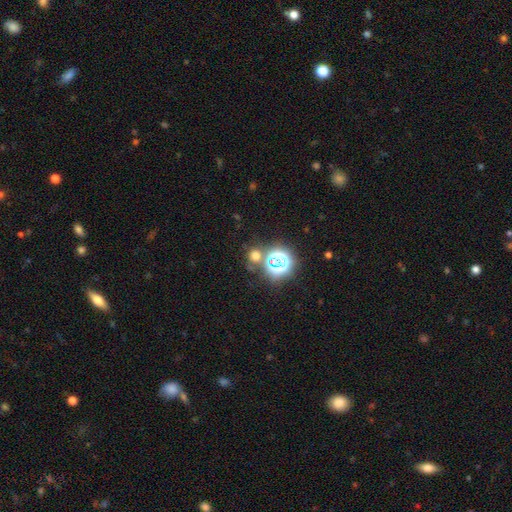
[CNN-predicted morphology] Overall: smooth (56%; star or artifact 36%). How rounded: round (86%). Merging: none (70%).